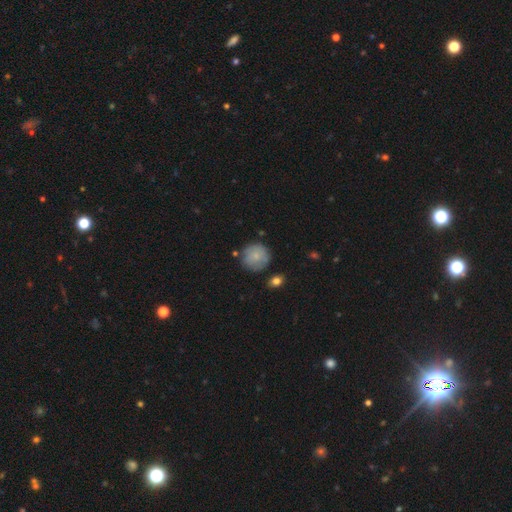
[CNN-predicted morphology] smooth 78%, featured or disk 14%, star or artifact 8%. Down the decision tree: how rounded — round (91%); merging — none (73%).